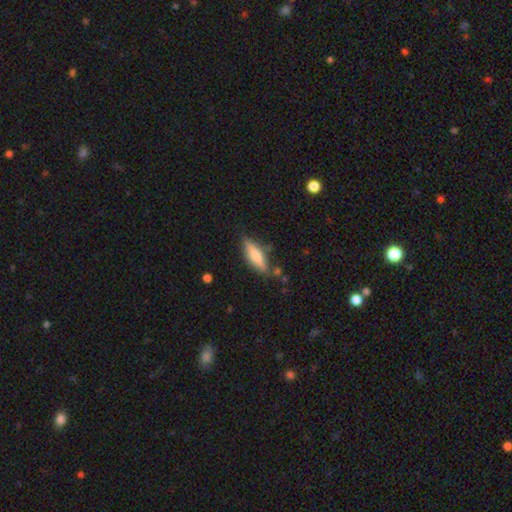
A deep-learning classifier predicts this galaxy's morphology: Smooth or featured: smooth — 64% (featured or disk — 29%)
How rounded: cigar-shaped — 57% (in between — 41%)
Merging: none — 76% (minor disturbance — 16%)